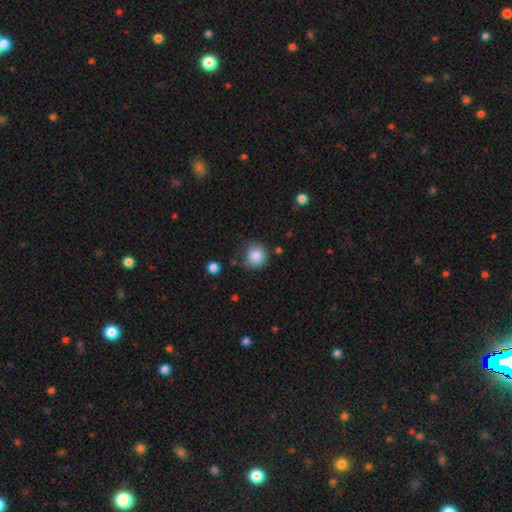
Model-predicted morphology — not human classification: Smooth or featured: smooth — 84% (star or artifact — 9%)
How rounded: round — 89% (in between — 10%)
Merging: none — 69% (minor disturbance — 22%)